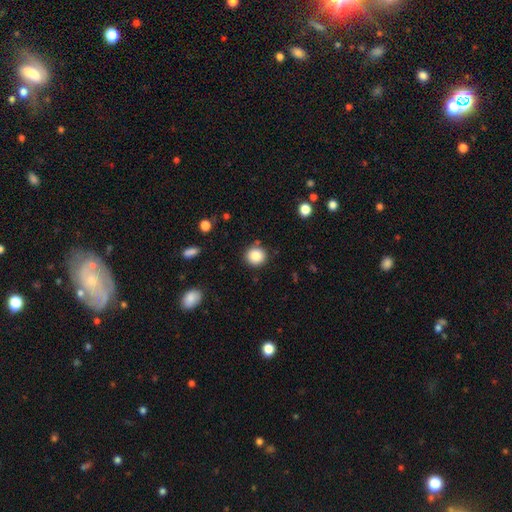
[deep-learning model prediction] A smooth galaxy with no disk features (86%) that is round (89%). Merging: none (86%).